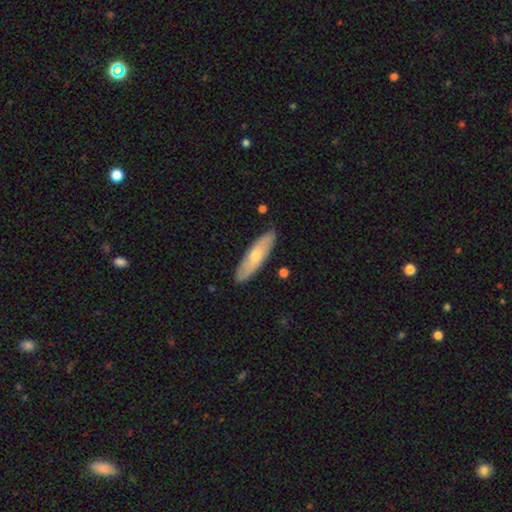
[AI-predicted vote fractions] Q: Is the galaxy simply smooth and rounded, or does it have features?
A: smooth — 60%.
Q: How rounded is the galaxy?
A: cigar-shaped — 65%.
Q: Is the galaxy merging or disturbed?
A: none — 87%.